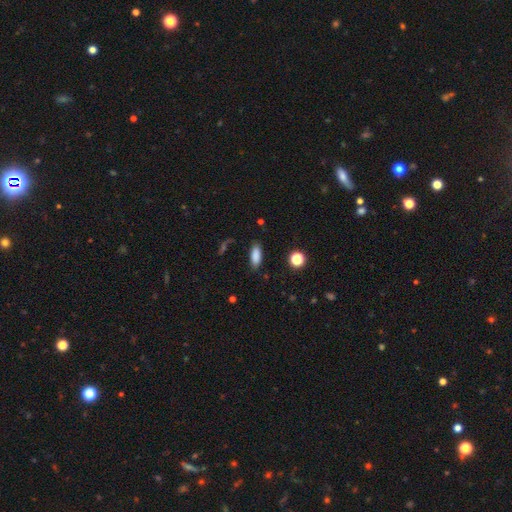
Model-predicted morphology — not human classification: Smooth or featured?
  - smooth: 85% *
  - star or artifact: 10%
  - featured or disk: 5%
How rounded?
  - in between: 71% *
  - cigar-shaped: 26%
  - round: 3%
Merging?
  - none: 84% *
  - minor disturbance: 11%
  - major disturbance: 3%
  - merger: 2%